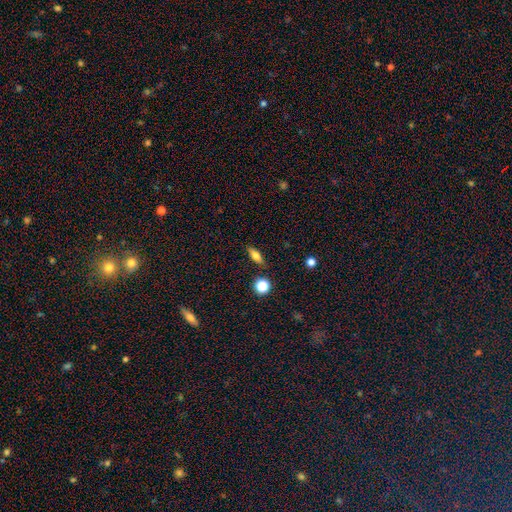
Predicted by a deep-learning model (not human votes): Smooth or featured: smooth — 72% (featured or disk — 18%)
How rounded: in between — 68% (cigar-shaped — 24%)
Merging: none — 85% (minor disturbance — 10%)